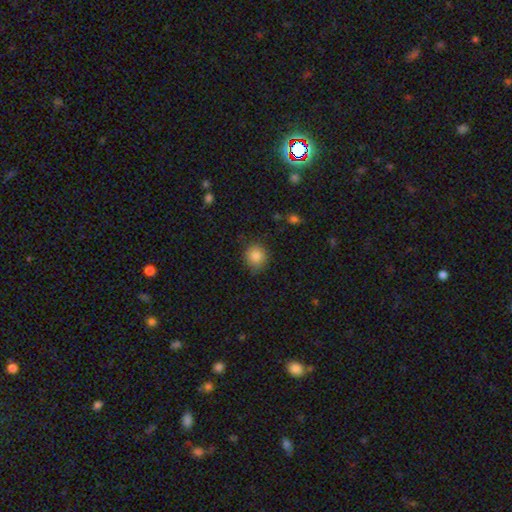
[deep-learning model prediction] Smooth or featured?
  - smooth: 84% *
  - star or artifact: 10%
  - featured or disk: 6%
How rounded?
  - round: 88% *
  - in between: 11%
  - cigar-shaped: 1%
Merging?
  - none: 82% *
  - minor disturbance: 14%
  - major disturbance: 3%
  - merger: 1%